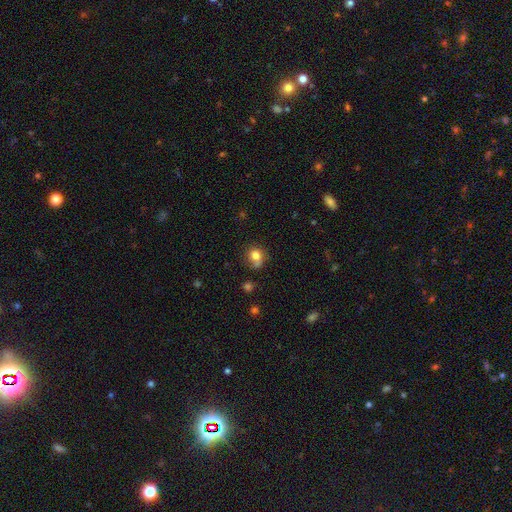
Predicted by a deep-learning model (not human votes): smooth-or-featured: smooth: 79% | star or artifact: 11% | featured or disk: 10%
  how-rounded: round: 76% | in between: 23% | cigar-shaped: 1%
  merging: none: 57% | minor disturbance: 25% | major disturbance: 10% | merger: 8%